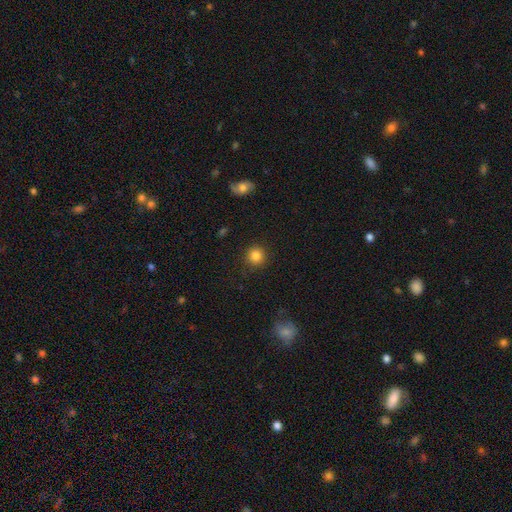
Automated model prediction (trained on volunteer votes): smooth_or_featured: smooth (p=0.85) [alt: star or artifact p=0.11]
how_rounded: round (p=0.93) [alt: in between p=0.06]
merging: none (p=0.89) [alt: minor disturbance p=0.07]